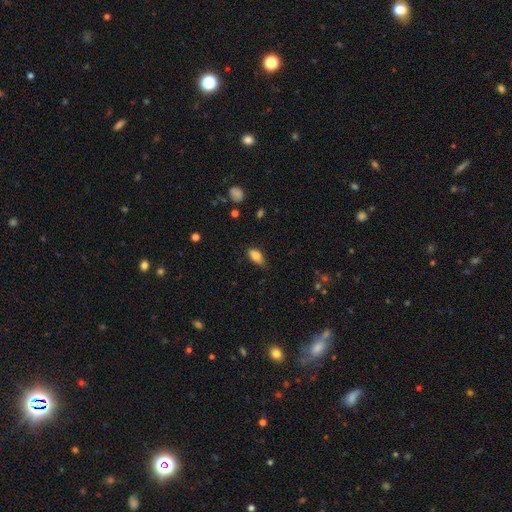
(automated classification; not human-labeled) Smooth or featured? Predicted: smooth (p=0.83). How rounded? Predicted: in between (p=0.89). Merging? Predicted: none (p=0.70).